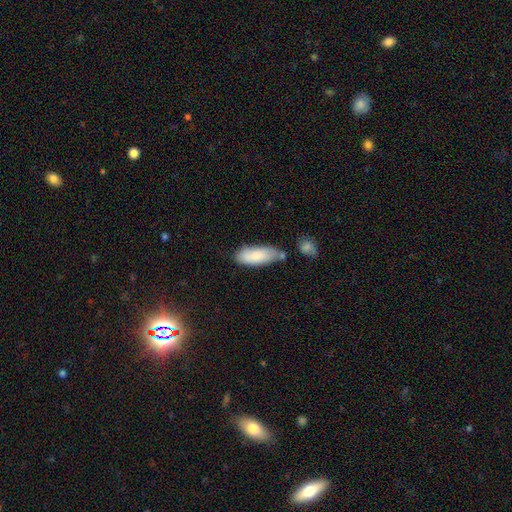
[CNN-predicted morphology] Overall: smooth (83%). How rounded: in between (75%). Merging: none (59%; minor disturbance 23%).